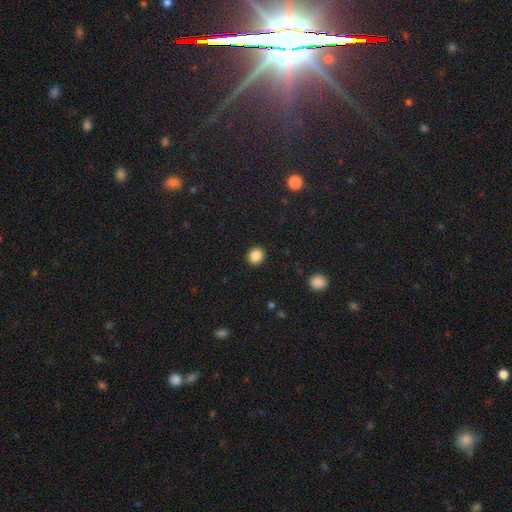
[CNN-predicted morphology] type=smooth (87%); roundness=round (80%); merging=none (91%).